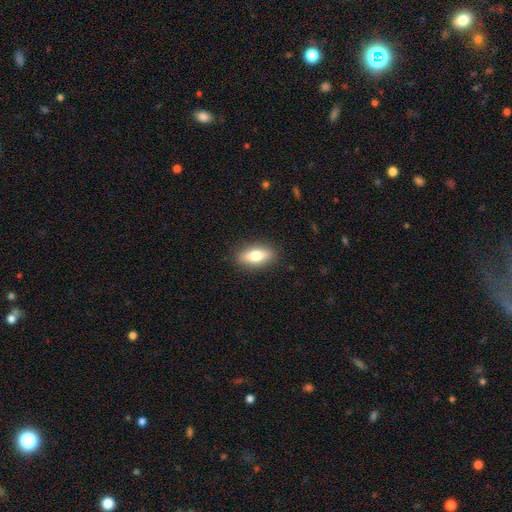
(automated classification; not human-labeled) The model was most divided on "smooth or featured": smooth: 67%, featured or disk: 26%, star or artifact: 7%. More confident: merging — none (88%); how rounded — in between (74%).